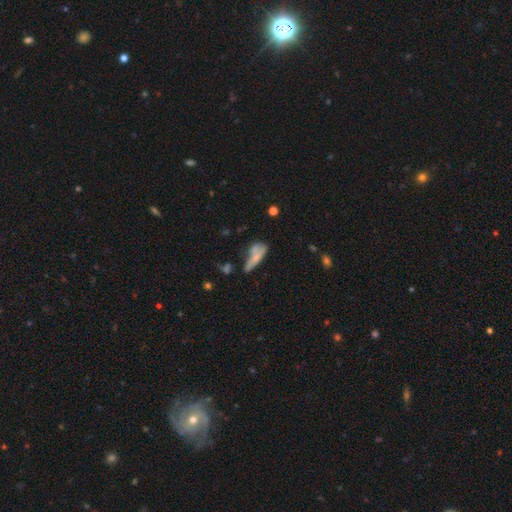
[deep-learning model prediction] smooth-or-featured: smooth: 61% | featured or disk: 28% | star or artifact: 10%
  how-rounded: cigar-shaped: 52% | in between: 44% | round: 4%
  merging: none: 32% | merger: 26% | minor disturbance: 22% | major disturbance: 19%